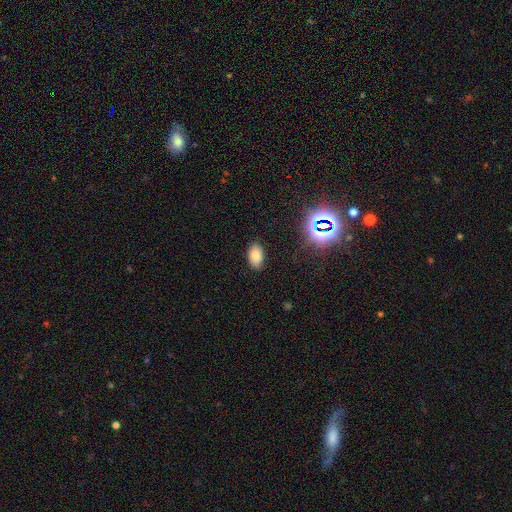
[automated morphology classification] Smooth or featured? smooth (79%)
How rounded? in between (92%)
Merging? none (86%)